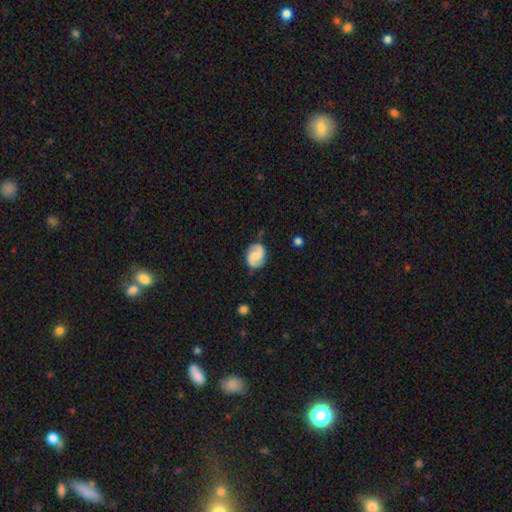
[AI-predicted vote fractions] featured or disk 75%, smooth 19%, star or artifact 6%. Down the decision tree: edge-on disk — no (98%); bar — no (45%); spiral arms — yes (96%); spiral arm count — 2 (92%); spiral winding — medium (48%); bulge size — moderate (38%); merging — none (81%).